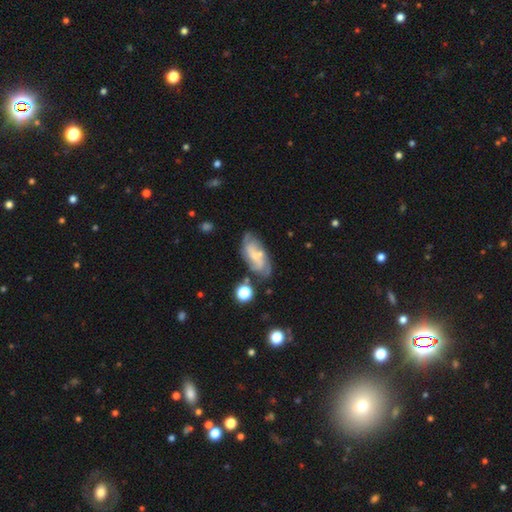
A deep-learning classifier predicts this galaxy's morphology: smooth_or_featured: featured or disk (p=0.59) [alt: smooth p=0.32]
disk_edge_on: no (p=0.92) [alt: yes p=0.08]
bar: no (p=0.54) [alt: weak p=0.35]
has_spiral_arms: yes (p=0.80) [alt: no p=0.20]
bulge_size: small (p=0.54) [alt: none p=0.24]
merging: none (p=0.59) [alt: minor disturbance p=0.23]